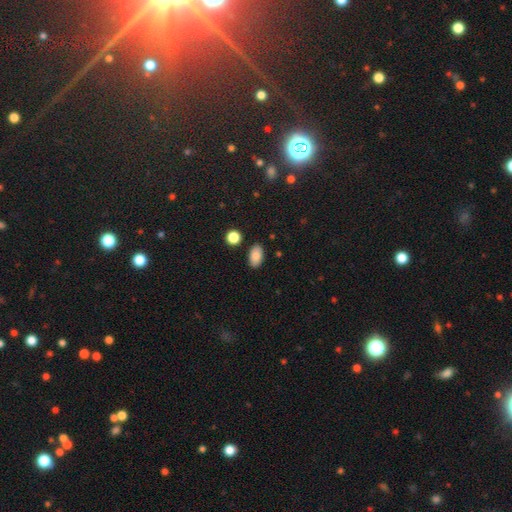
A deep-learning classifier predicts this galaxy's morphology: Smooth or featured? smooth (87%)
How rounded? in between (92%)
Merging? none (86%)